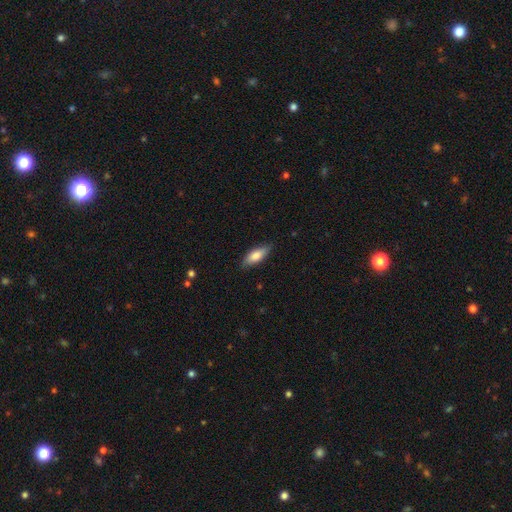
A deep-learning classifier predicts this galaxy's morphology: A smooth galaxy with no disk features (74%) that is in between round and cigar-shaped (71%).

Vote fractions:
- Smooth or featured? smooth: 74% / featured or disk: 20% / star or artifact: 6%
- How rounded? in between: 71% / cigar-shaped: 27% / round: 2%
- Merging? none: 82% / minor disturbance: 15% / major disturbance: 2% / merger: 1%